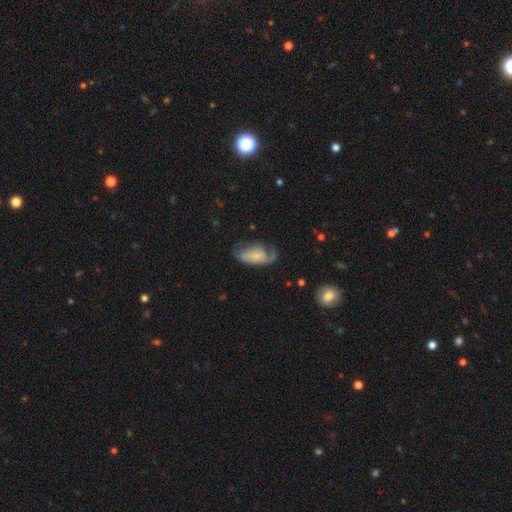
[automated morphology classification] This appears to be a smooth galaxy with no disk features (49%). Merging: none (34%, tied with major disturbance).